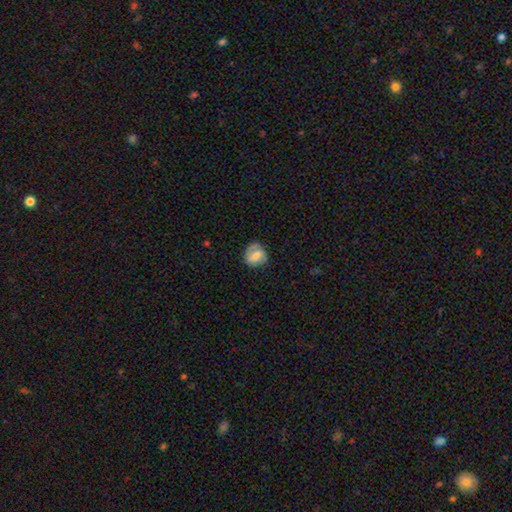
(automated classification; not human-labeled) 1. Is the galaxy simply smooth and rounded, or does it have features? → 54% smooth, 39% featured or disk, 7% star or artifact.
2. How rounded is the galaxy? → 68% round, 31% in between, 1% cigar-shaped.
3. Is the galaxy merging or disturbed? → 66% none, 24% minor disturbance, 9% major disturbance, 1% merger.